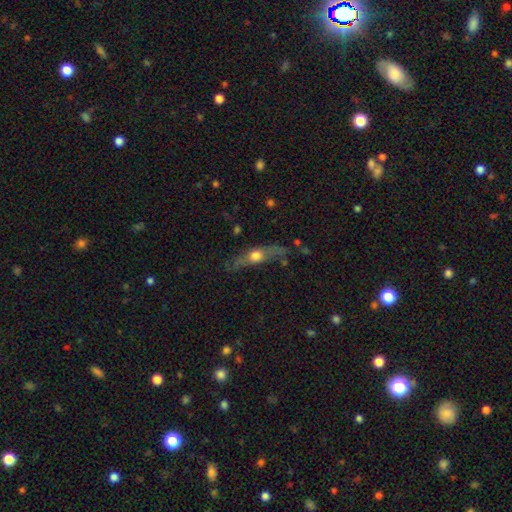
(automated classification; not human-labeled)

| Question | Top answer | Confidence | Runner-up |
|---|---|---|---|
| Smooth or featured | featured or disk | 51% | smooth (40%) |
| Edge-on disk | yes | 80% | no (20%) |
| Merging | none | 64% | minor disturbance (22%) |